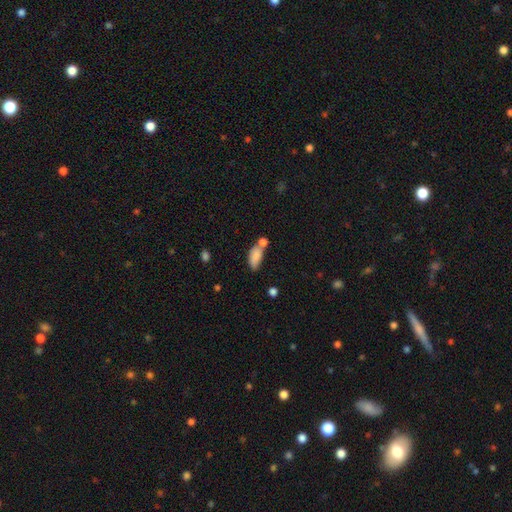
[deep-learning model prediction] Smooth or featured: smooth — 83% (featured or disk — 9%)
How rounded: in between — 88% (cigar-shaped — 8%)
Merging: none — 38% (merger — 35%)